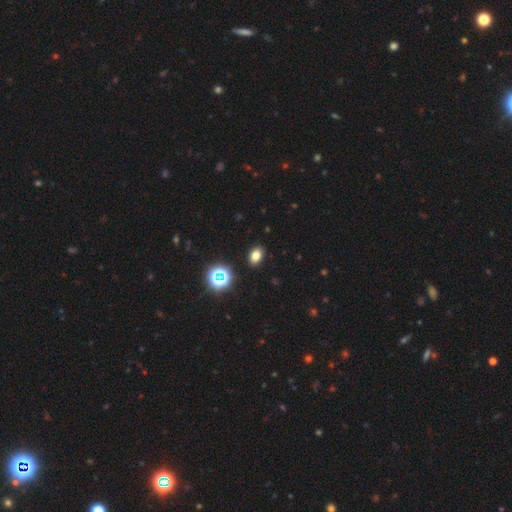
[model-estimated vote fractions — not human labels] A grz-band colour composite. It shows a smooth galaxy with no disk features (76%) that is in between round and cigar-shaped (74%). Merging: none (89%).